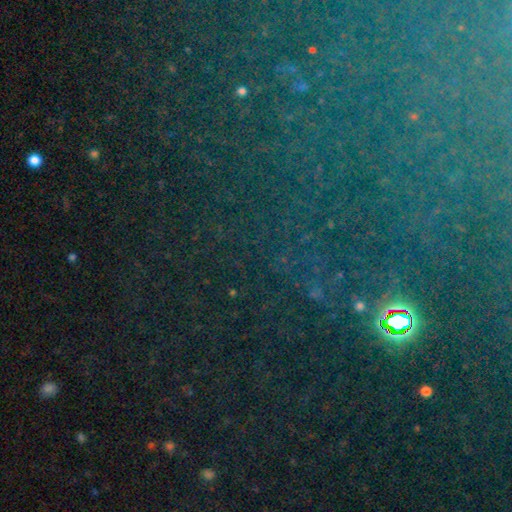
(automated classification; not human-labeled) Q: Smooth or featured?
A: star or artifact (83%); runner-up: smooth (10%)